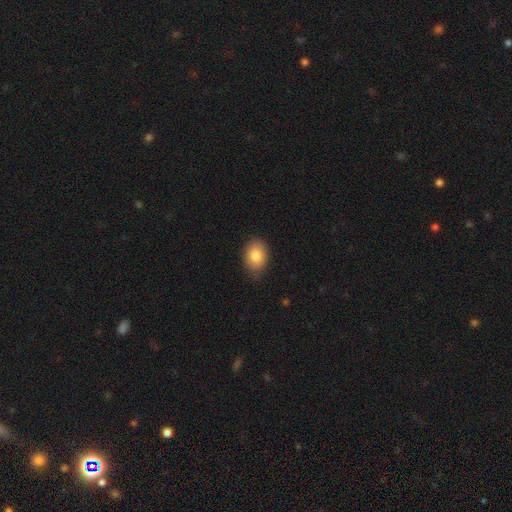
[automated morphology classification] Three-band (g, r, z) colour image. It shows a smooth galaxy with no disk features (83%) that is in between round and cigar-shaped (72%). Merging: none (81%).